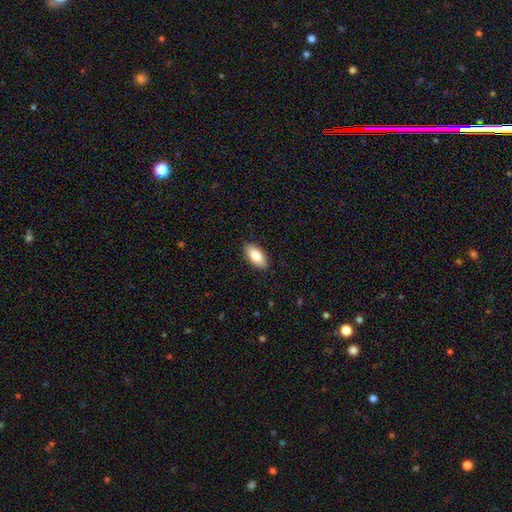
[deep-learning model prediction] A smooth galaxy with no disk features (85%) that is in between round and cigar-shaped (90%). Merging: none (89%).